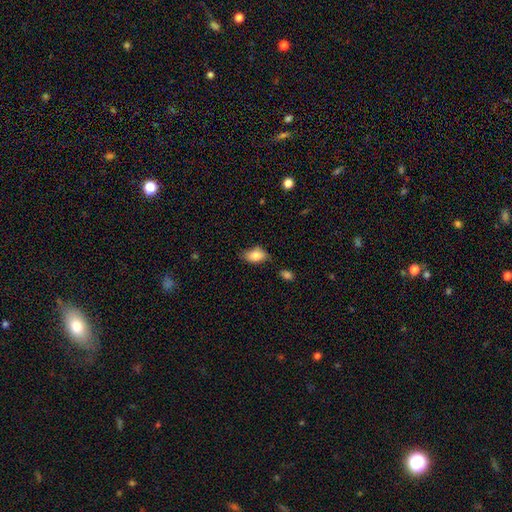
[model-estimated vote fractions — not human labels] Smooth or featured? smooth (81%)
How rounded? in between (88%)
Merging? none (69%)